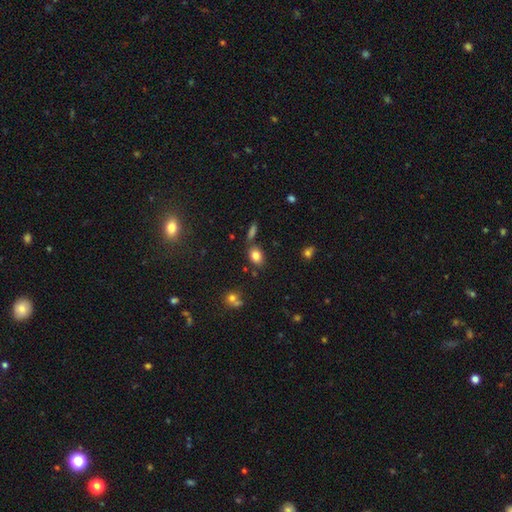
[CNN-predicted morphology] Smooth or featured? Predicted: smooth (p=0.81). How rounded? Predicted: in between (p=0.73). Merging? Predicted: none (p=0.72).